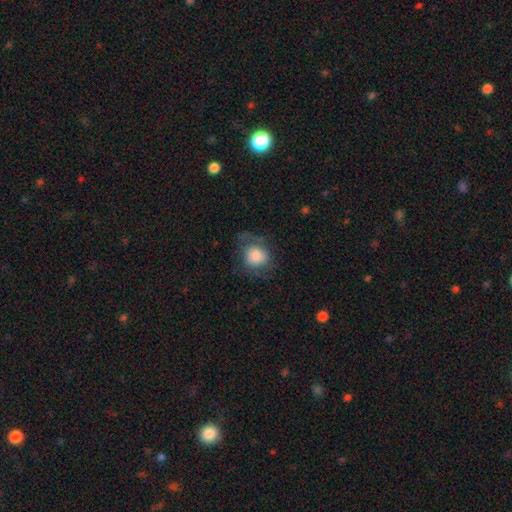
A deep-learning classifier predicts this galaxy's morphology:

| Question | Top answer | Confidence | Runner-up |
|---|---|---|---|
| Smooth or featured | smooth | 58% | featured or disk (34%) |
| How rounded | round | 71% | in between (28%) |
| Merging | none | 59% | minor disturbance (22%) |